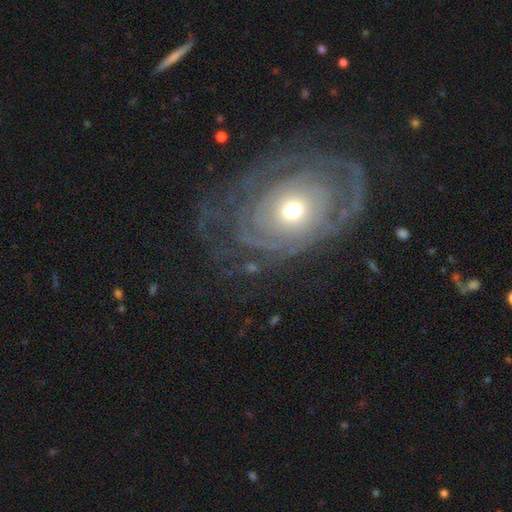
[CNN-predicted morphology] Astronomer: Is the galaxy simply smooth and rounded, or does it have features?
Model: featured or disk — 80%.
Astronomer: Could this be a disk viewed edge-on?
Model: no — 95%.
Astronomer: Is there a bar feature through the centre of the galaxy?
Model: no — 85%.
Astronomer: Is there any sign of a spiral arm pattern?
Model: yes — 79%.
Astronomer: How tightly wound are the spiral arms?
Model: tight — 77%.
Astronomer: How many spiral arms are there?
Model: can't tell — 48%.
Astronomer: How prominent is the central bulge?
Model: moderate — 57% (runner-up: small, 34%).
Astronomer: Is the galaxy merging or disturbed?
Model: none — 71%.